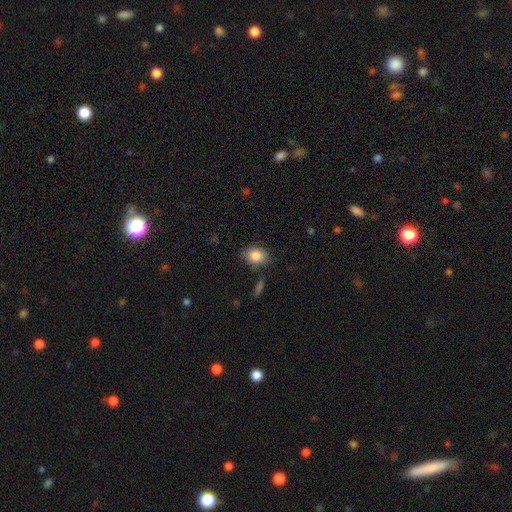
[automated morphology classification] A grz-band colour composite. It shows a smooth galaxy with no disk features (85%) that is in between round and cigar-shaped (65%). Merging: none (78%).